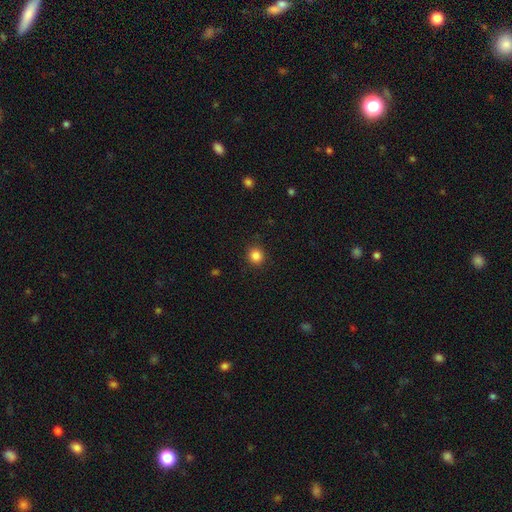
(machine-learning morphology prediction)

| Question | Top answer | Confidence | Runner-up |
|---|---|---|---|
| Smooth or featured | smooth | 86% | star or artifact (11%) |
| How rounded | round | 91% | in between (8%) |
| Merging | none | 91% | minor disturbance (6%) |